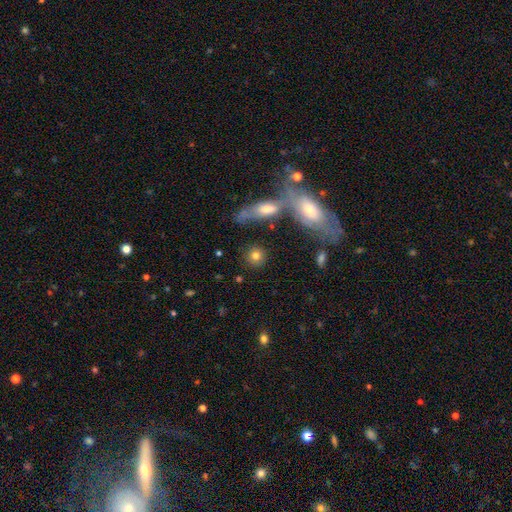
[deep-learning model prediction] A smooth galaxy with no disk features (77%) that is round (83%).

Vote fractions:
- Smooth or featured? smooth: 77% / featured or disk: 13% / star or artifact: 10%
- How rounded? round: 83% / in between: 13% / cigar-shaped: 4%
- Merging? none: 79% / minor disturbance: 9% / merger: 9% / major disturbance: 4%